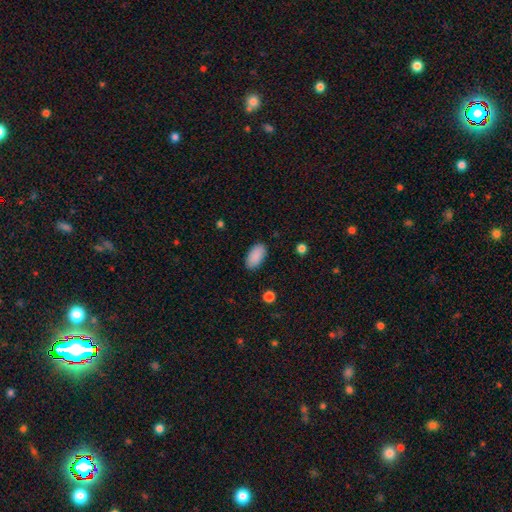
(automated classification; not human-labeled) This appears to be a smooth galaxy with no disk features (90%) that is in between round and cigar-shaped (94%). Merging: none (87%).